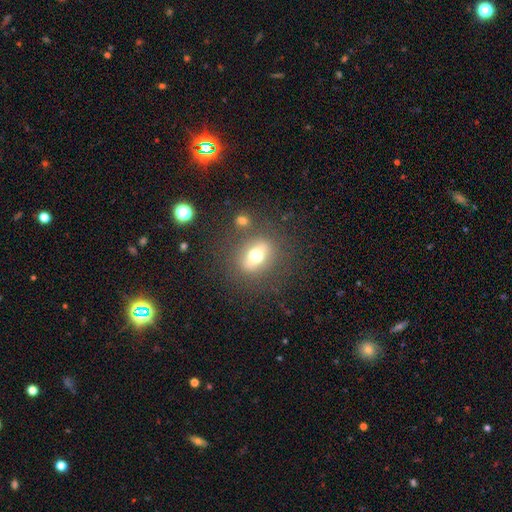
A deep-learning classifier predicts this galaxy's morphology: type=smooth (57%); roundness=in between (59%); merging=none (79%).